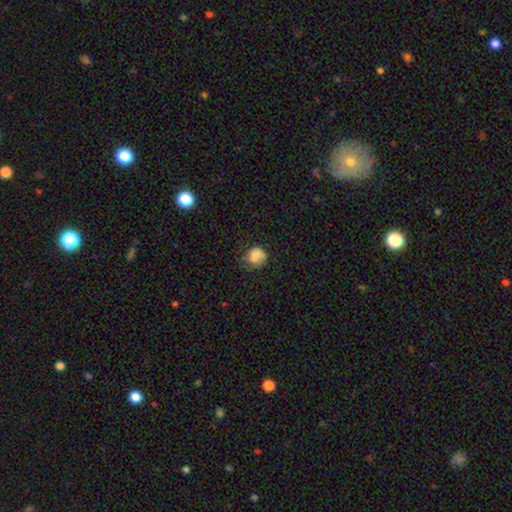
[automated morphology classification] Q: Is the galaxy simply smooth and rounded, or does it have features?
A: smooth — 79%.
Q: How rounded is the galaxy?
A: round — 71%.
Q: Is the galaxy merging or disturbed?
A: none — 56%.